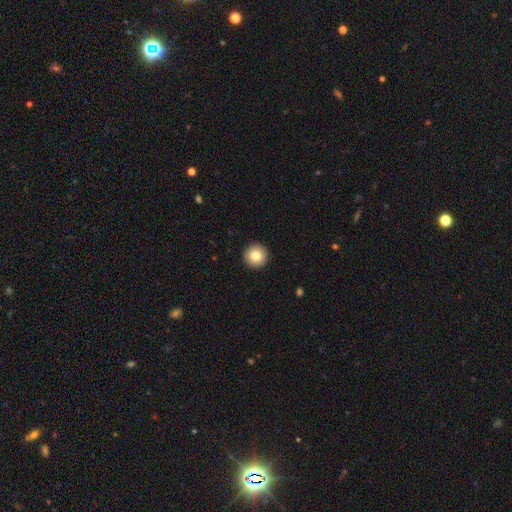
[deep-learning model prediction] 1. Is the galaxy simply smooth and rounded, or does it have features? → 83% smooth, 9% star or artifact, 8% featured or disk.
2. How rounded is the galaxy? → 96% round, 3% in between, 1% cigar-shaped.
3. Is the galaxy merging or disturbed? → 94% none, 4% minor disturbance, 1% major disturbance, 1% merger.